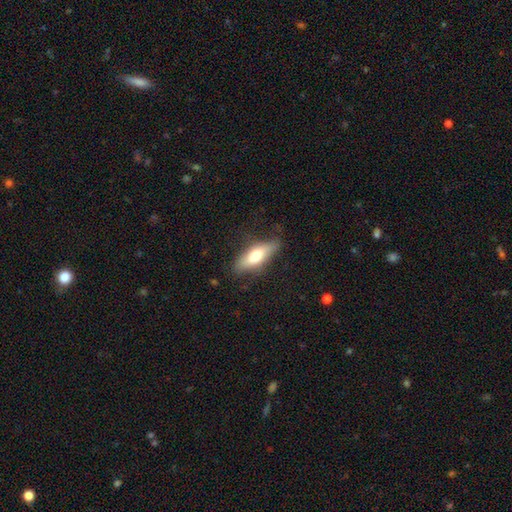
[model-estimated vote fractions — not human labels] Smooth or featured? Predicted: smooth (p=0.65). How rounded? Predicted: in between (p=0.61). Merging? Predicted: none (p=0.72).